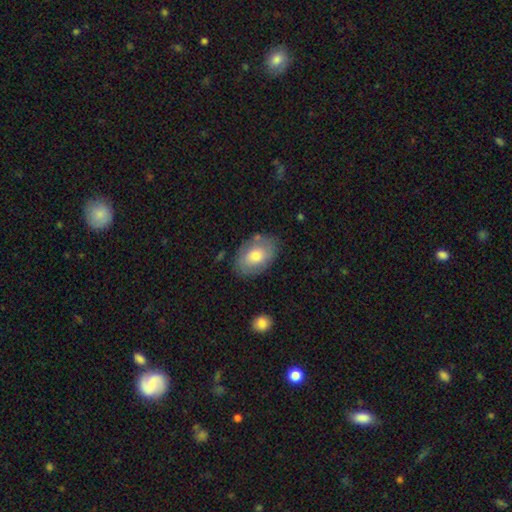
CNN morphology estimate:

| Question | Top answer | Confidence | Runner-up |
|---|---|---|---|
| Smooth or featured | smooth | 67% | featured or disk (26%) |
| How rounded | in between | 86% | round (13%) |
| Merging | none | 78% | minor disturbance (15%) |